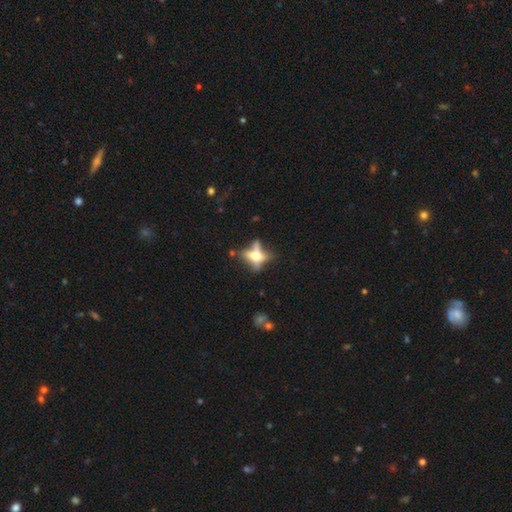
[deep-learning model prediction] Smooth or featured: featured or disk — 54% (smooth — 33%)
Edge-on disk: yes — 71% (no — 29%)
Merging: none — 49% (major disturbance — 17%)